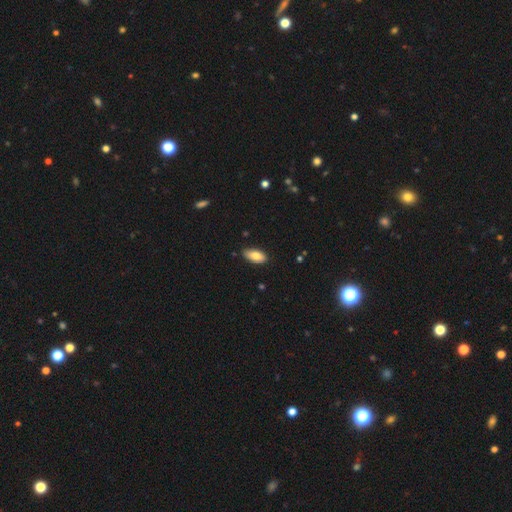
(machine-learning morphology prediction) A smooth galaxy with no disk features (81%) that is in between round and cigar-shaped (91%).

Vote fractions:
- Smooth or featured? smooth: 81% / featured or disk: 12% / star or artifact: 7%
- How rounded? in between: 91% / cigar-shaped: 7% / round: 2%
- Merging? none: 83% / minor disturbance: 14% / major disturbance: 2% / merger: 1%